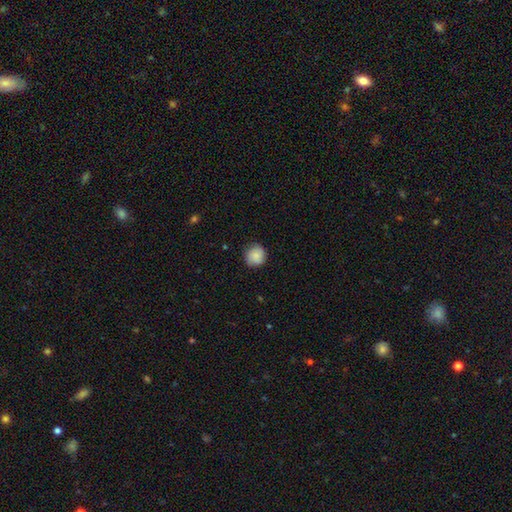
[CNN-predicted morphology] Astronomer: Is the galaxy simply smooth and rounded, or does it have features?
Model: smooth — 84%.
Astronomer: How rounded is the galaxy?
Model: round — 90%.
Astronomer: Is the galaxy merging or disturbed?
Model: none — 83%.